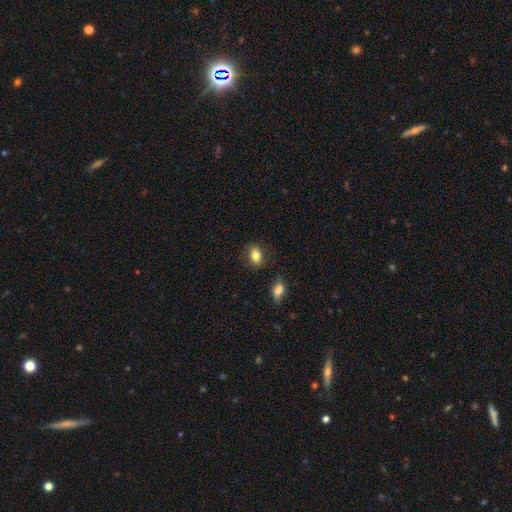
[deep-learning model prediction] Smooth or featured? smooth (82%)
How rounded? in between (80%)
Merging? none (83%)